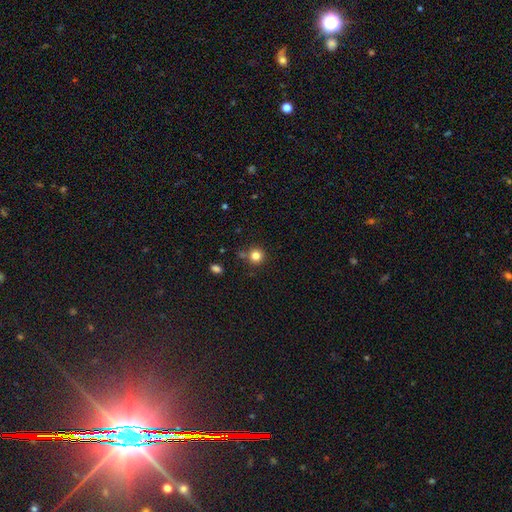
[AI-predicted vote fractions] Morphology: type=smooth (82%); roundness=round (93%); merging=none (80%).